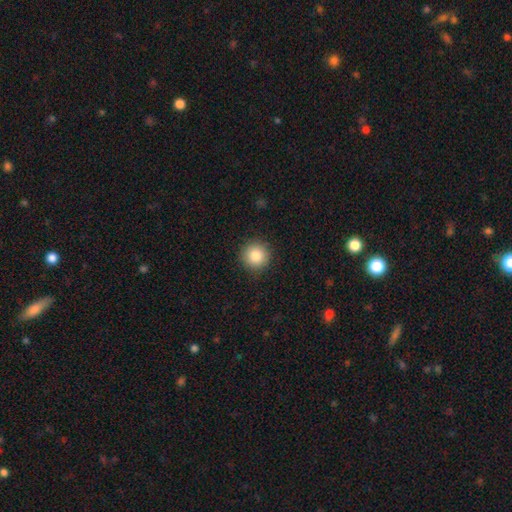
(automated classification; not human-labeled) smooth_or_featured: smooth (p=0.85) [alt: star or artifact p=0.09]
how_rounded: round (p=0.95) [alt: in between p=0.04]
merging: none (p=0.91) [alt: minor disturbance p=0.06]